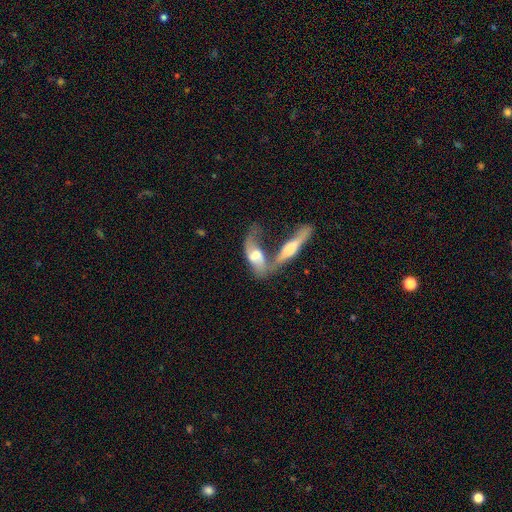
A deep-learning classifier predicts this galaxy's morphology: Overall: featured or disk (59%; smooth 34%). Edge-on disk: no (57%; yes 43%). Merging: merger (61%).